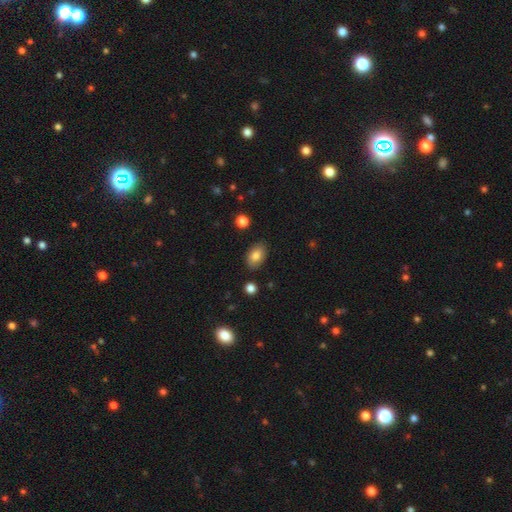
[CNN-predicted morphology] A smooth galaxy with no disk features (82%) that is in between round and cigar-shaped (89%).

Vote fractions:
- Smooth or featured? smooth: 82% / featured or disk: 10% / star or artifact: 8%
- How rounded? in between: 89% / round: 10% / cigar-shaped: 1%
- Merging? none: 85% / minor disturbance: 11% / major disturbance: 2% / merger: 2%